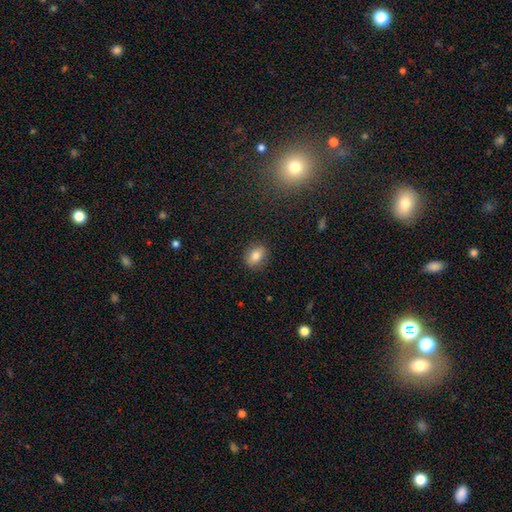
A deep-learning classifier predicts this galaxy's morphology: Smooth or featured? smooth (77%)
How rounded? in between (70%)
Merging? none (87%)